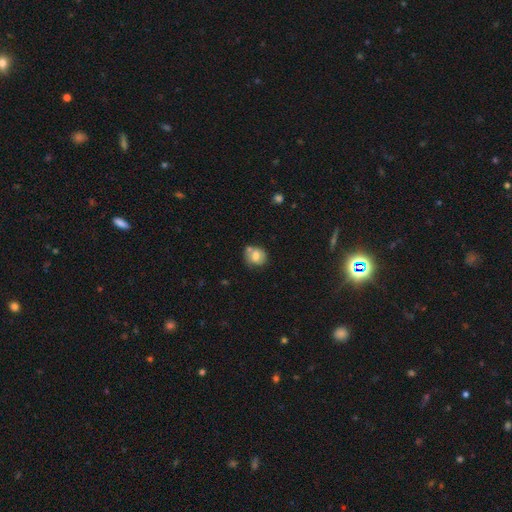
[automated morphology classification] A smooth galaxy with no disk features (66%) that is round (76%).

Vote fractions:
- Smooth or featured? smooth: 66% / featured or disk: 25% / star or artifact: 9%
- How rounded? round: 76% / in between: 23% / cigar-shaped: 1%
- Merging? none: 59% / minor disturbance: 18% / merger: 18% / major disturbance: 5%